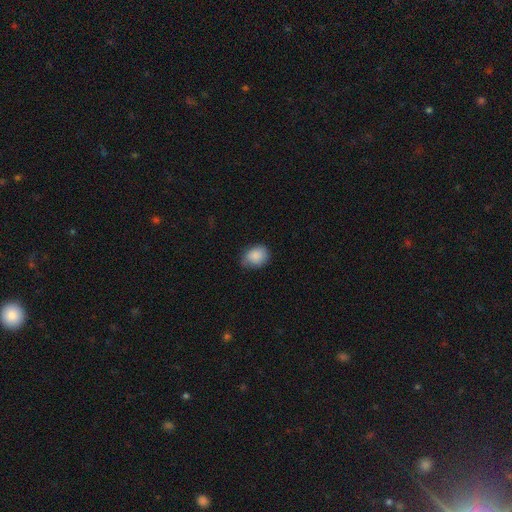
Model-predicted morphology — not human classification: Overall: smooth (87%). How rounded: in between (51%; round 48%). Merging: none (65%; minor disturbance 30%).